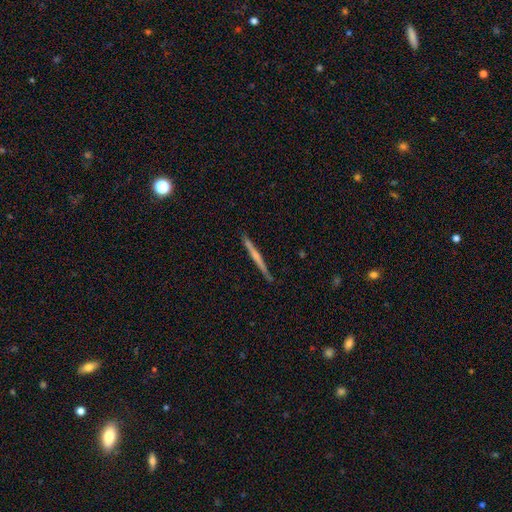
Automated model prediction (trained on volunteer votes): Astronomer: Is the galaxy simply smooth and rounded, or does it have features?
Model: featured or disk — 56% (runner-up: smooth, 38%).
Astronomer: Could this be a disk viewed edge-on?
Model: yes — 98%.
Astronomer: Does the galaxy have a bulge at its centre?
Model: none — 63%.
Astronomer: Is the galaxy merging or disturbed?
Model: none — 88%.